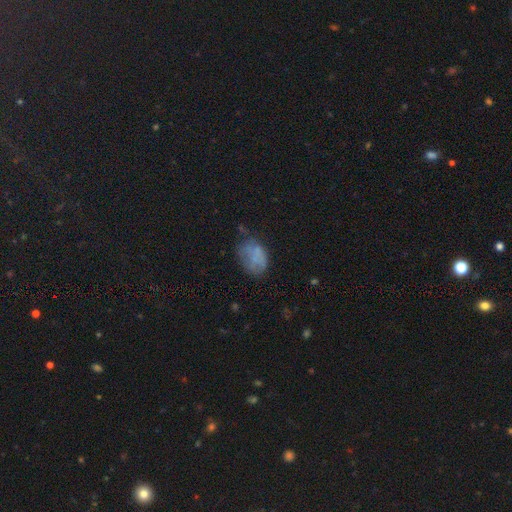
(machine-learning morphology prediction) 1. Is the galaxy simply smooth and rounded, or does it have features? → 59% smooth, 28% featured or disk, 13% star or artifact.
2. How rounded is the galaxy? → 79% in between, 20% round, 1% cigar-shaped.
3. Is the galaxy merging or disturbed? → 44% none, 30% minor disturbance, 21% major disturbance, 5% merger.